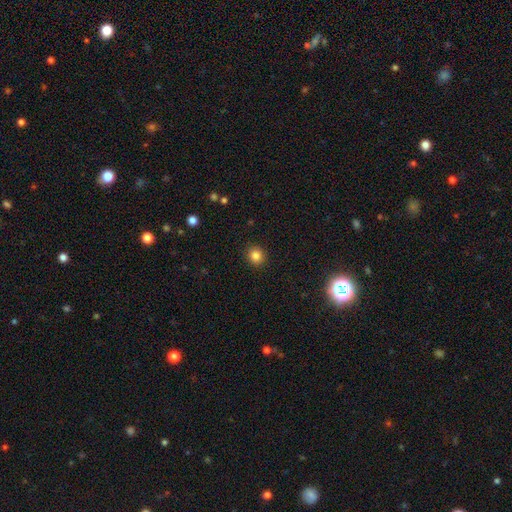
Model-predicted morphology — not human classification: smooth-or-featured: smooth: 84% | star or artifact: 11% | featured or disk: 5%
  how-rounded: round: 88% | in between: 12% | cigar-shaped: 1%
  merging: none: 92% | minor disturbance: 5% | major disturbance: 2% | merger: 1%